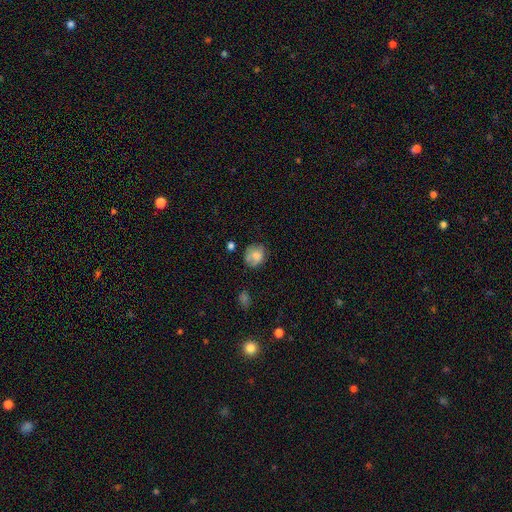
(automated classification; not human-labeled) Q: Smooth or featured?
A: smooth (73%); runner-up: featured or disk (17%)
Q: How rounded?
A: round (69%); runner-up: in between (30%)
Q: Merging?
A: none (61%); runner-up: minor disturbance (28%)